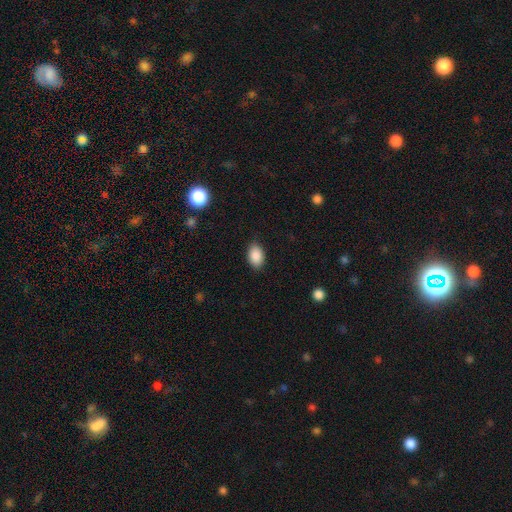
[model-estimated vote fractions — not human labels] Q: Smooth or featured?
A: smooth (89%); runner-up: star or artifact (7%)
Q: How rounded?
A: in between (90%); runner-up: round (9%)
Q: Merging?
A: none (86%); runner-up: minor disturbance (11%)